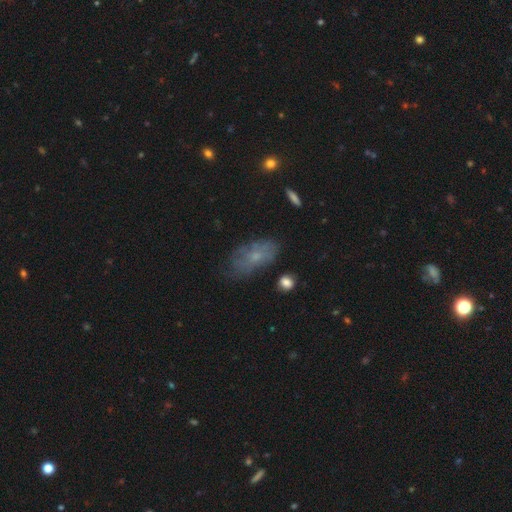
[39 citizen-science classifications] smooth-or-featured: smooth: 46% (tied) | featured or disk: 46% (tied) | star or artifact: 8%
  how-rounded: in between: 89% | round: 11% | cigar-shaped: 0%
  merging: none: 61% | major disturbance: 22% | minor disturbance: 14% | merger: 3%